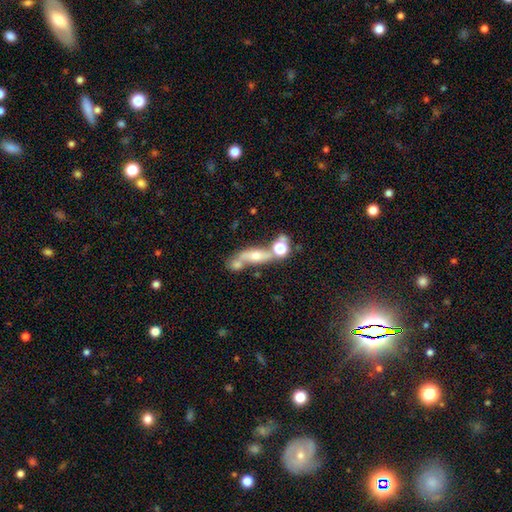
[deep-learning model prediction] A smooth galaxy with no disk features (48%).

Vote fractions:
- Smooth or featured? smooth: 48% / featured or disk: 39% / star or artifact: 13%
- Merging? merger: 39% (tied) / none: 39% (tied) / minor disturbance: 13% / major disturbance: 9%